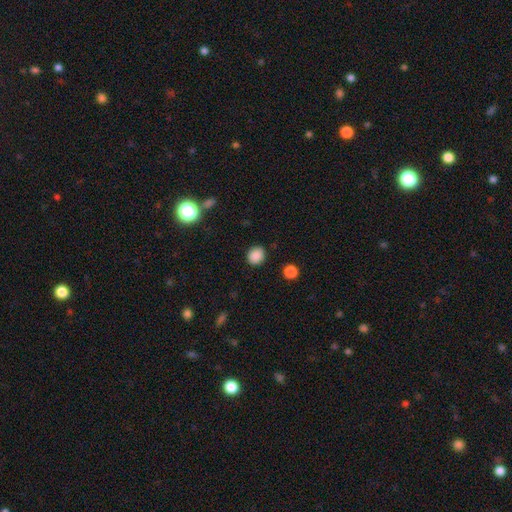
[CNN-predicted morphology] Smooth or featured?
  - smooth: 87% *
  - star or artifact: 11%
  - featured or disk: 3%
How rounded?
  - round: 78% *
  - in between: 21%
  - cigar-shaped: 1%
Merging?
  - none: 88% *
  - minor disturbance: 8%
  - major disturbance: 3%
  - merger: 1%